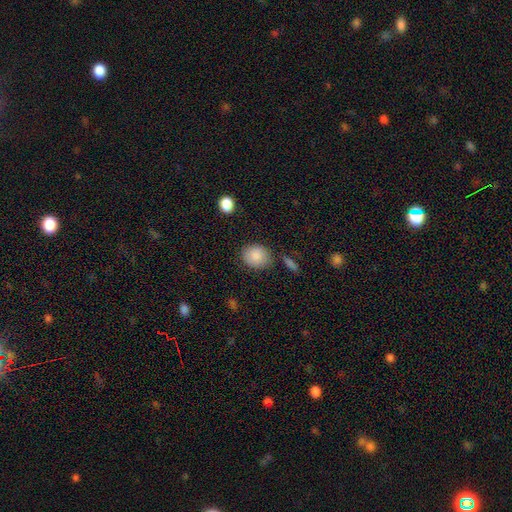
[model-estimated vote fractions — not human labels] This appears to be a smooth galaxy with no disk features (88%) that is round (66%). Merging: none (78%).